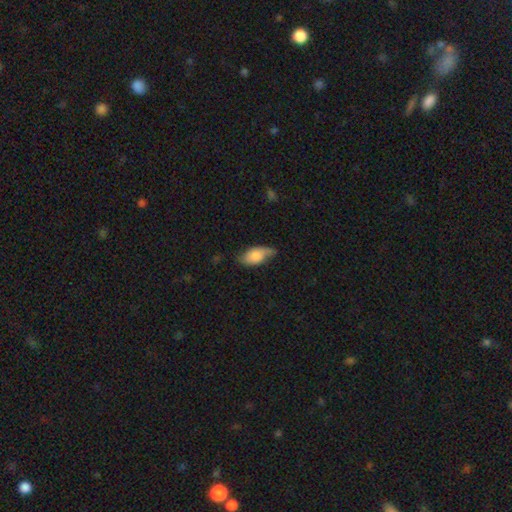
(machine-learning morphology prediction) type=smooth (73%); roundness=in between (90%); merging=none (52%).